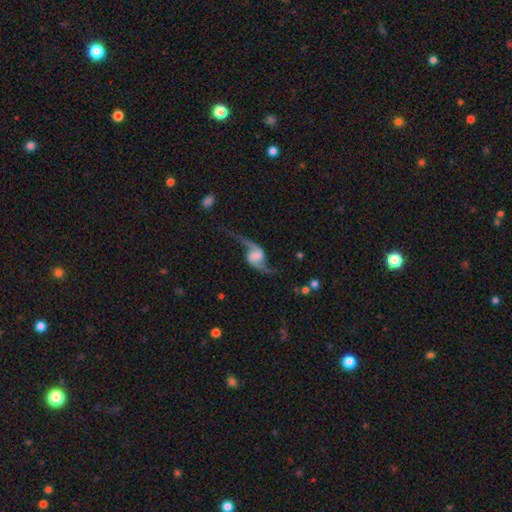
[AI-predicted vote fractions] smooth_or_featured: featured or disk (p=0.88) [alt: smooth p=0.06]
disk_edge_on: no (p=0.96) [alt: yes p=0.04]
bar: weak (p=0.42) [alt: no p=0.37]
has_spiral_arms: yes (p=0.97) [alt: no p=0.03]
spiral_winding: loose (p=0.90) [alt: medium p=0.08]
spiral_arm_count: 2 (p=0.94) [alt: 1 p=0.02]
bulge_size: none (p=0.49) [alt: large p=0.19]
merging: none (p=0.67) [alt: minor disturbance p=0.15]